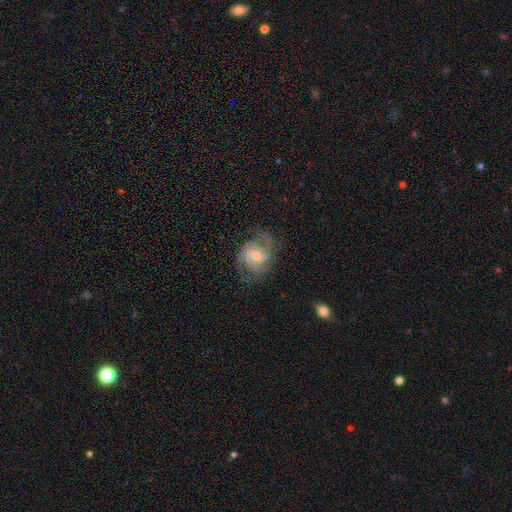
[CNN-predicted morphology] Smooth or featured: featured or disk — 85% (smooth — 9%)
Edge-on disk: no — 98% (yes — 2%)
Bar: no — 57% (weak — 35%)
Spiral arms: yes — 96% (no — 4%)
Spiral winding: medium — 47% (tight — 39%)
Spiral arm count: 2 — 40% (3 — 31%)
Bulge size: moderate — 55% (small — 41%)
Merging: none — 66% (minor disturbance — 20%)